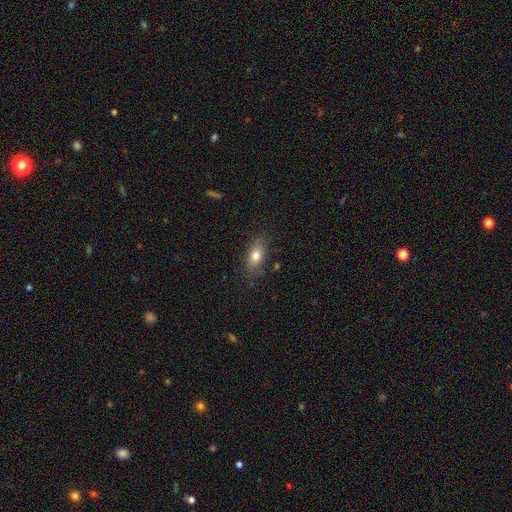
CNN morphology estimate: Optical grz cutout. It shows a smooth galaxy with no disk features (76%) that is in between round and cigar-shaped (80%). Merging: none (79%).